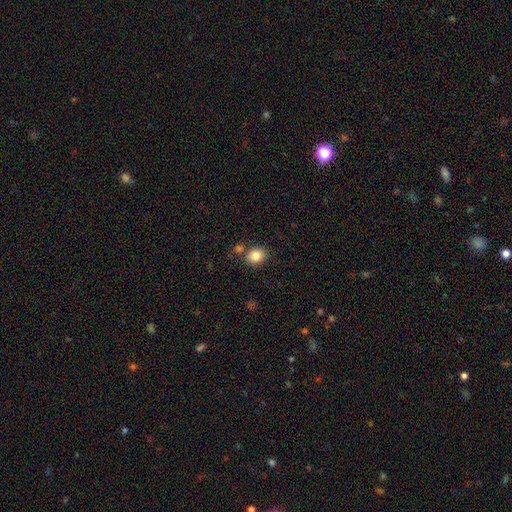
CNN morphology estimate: Smooth or featured: smooth — 84% (star or artifact — 10%)
How rounded: round — 63% (in between — 36%)
Merging: none — 74% (merger — 12%)